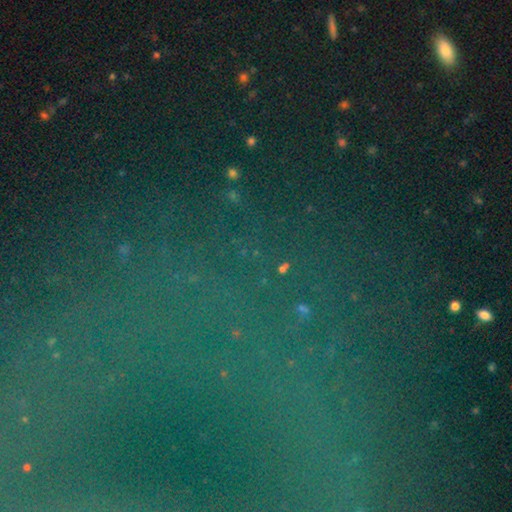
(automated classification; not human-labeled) The model was most divided on "smooth or featured": star or artifact: 77%, smooth: 12%, featured or disk: 11%.